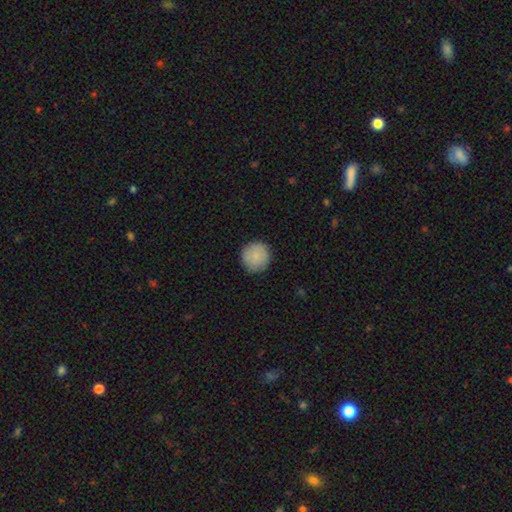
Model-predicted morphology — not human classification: The model was most divided on "smooth or featured": smooth: 83%, featured or disk: 11%, star or artifact: 6%. More confident: how rounded — round (95%); merging — none (86%).